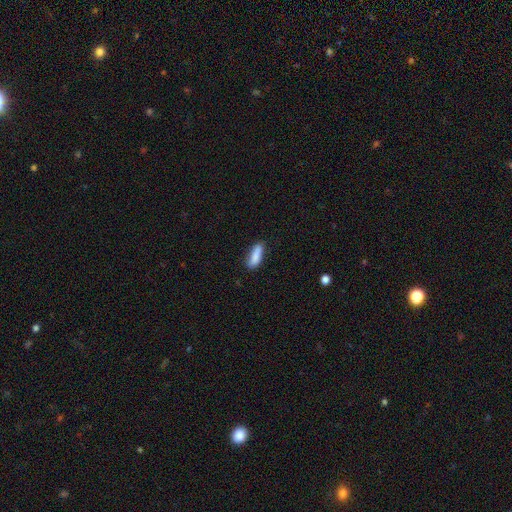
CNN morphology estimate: Smooth or featured? Predicted: smooth (p=0.85). How rounded? Predicted: in between (p=0.52). Merging? Predicted: none (p=0.75).